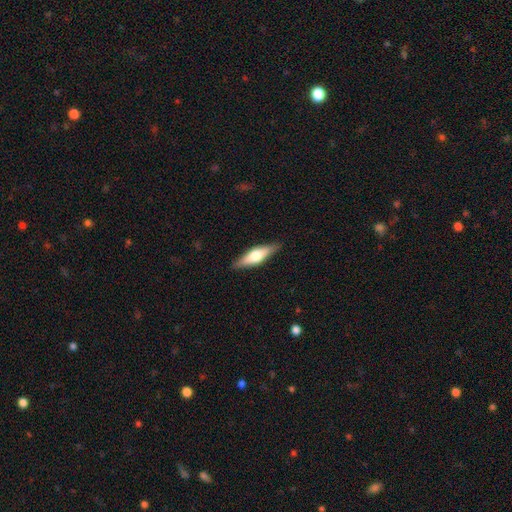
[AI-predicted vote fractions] featured or disk 53%, smooth 42%, star or artifact 6%. Down the decision tree: edge-on disk — yes (92%); merging — none (86%).